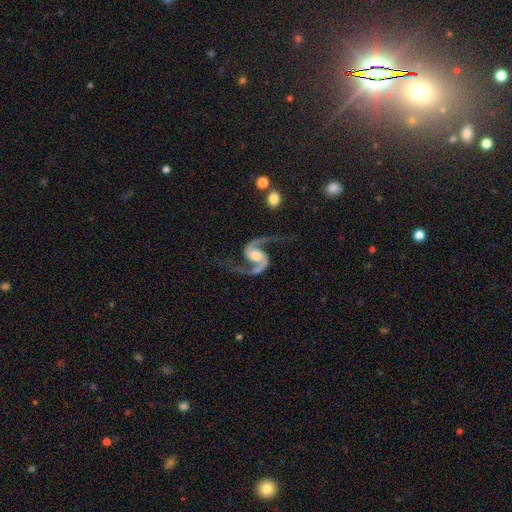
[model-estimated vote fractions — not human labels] Smooth or featured? Predicted: featured or disk (p=0.94). Edge-on disk? Predicted: no (p=0.98). Bar? Predicted: no (p=0.50). Spiral arms? Predicted: yes (p=0.99). Spiral winding? Predicted: loose (p=0.52). Spiral arm count? Predicted: 2 (p=0.95). Bulge size? Predicted: moderate (p=0.49). Merging? Predicted: none (p=0.76).